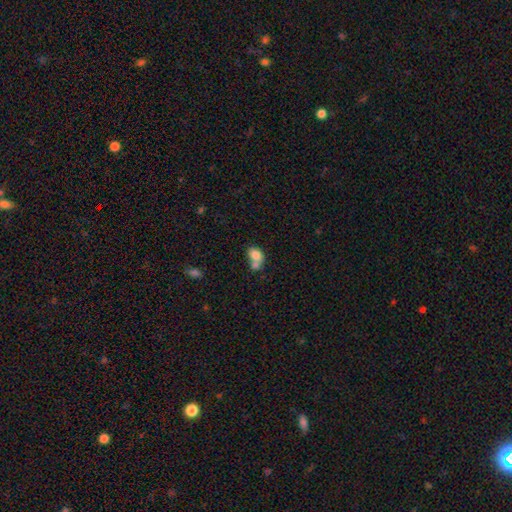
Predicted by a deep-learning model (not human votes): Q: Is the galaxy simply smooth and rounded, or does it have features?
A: smooth — 79%.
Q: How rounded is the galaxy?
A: in between — 71%.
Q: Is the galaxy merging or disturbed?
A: merger — 58%.